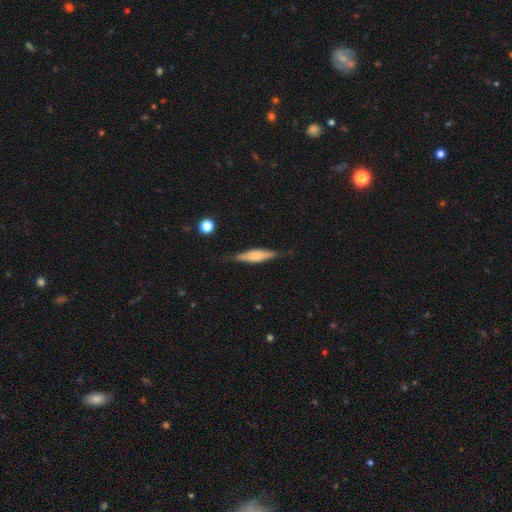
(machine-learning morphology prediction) Smooth or featured? smooth (48%)
Merging? none (78%)